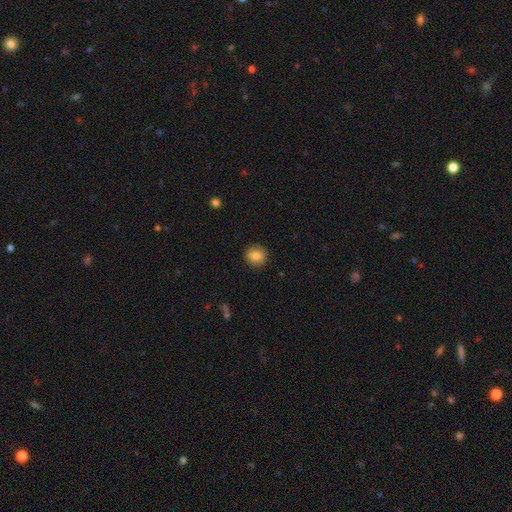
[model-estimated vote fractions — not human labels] This is clearly a smooth galaxy (83%). How rounded: clearly round (91%). Merging: clearly none (91%).